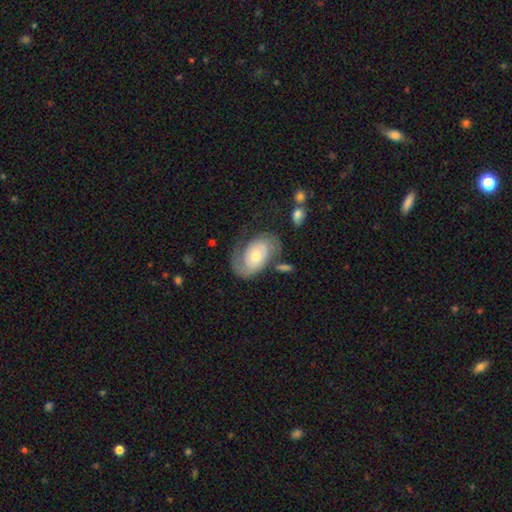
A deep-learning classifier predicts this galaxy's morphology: The model was most divided on "bulge size": moderate: 48%, small: 42%, large: 6%, none: 2%, dominant: 2%. Remaining: edge-on disk — no (95%); spiral arms — yes (84%); bar — no (76%); smooth or featured — featured or disk (65%); merging — none (52%); spiral winding — tight (51%); spiral arm count — 2 (46%).